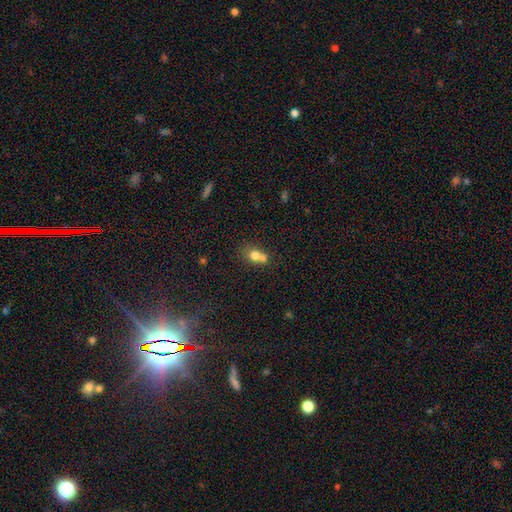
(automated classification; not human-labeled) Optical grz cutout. It shows a smooth galaxy with no disk features (73%) that is round (65%). Merging: merger (61%).